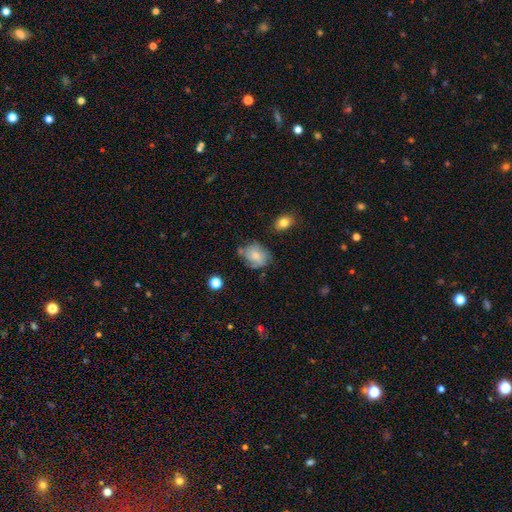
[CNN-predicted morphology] Smooth or featured? Predicted: smooth (p=0.59). How rounded? Predicted: in between (p=0.56). Merging? Predicted: none (p=0.55).